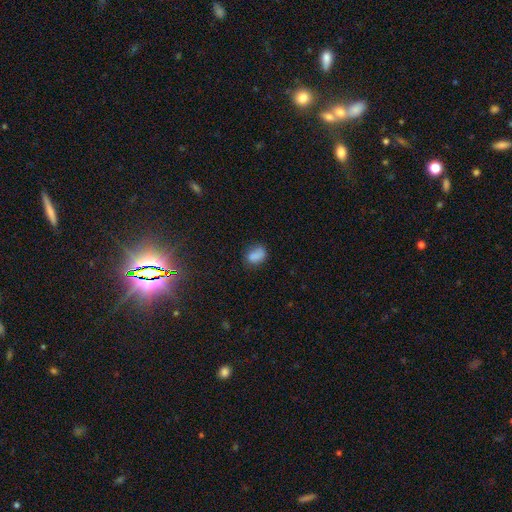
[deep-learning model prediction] This appears to be a smooth galaxy with no disk features (81%) that is in between round and cigar-shaped (77%). Merging: none (62%).